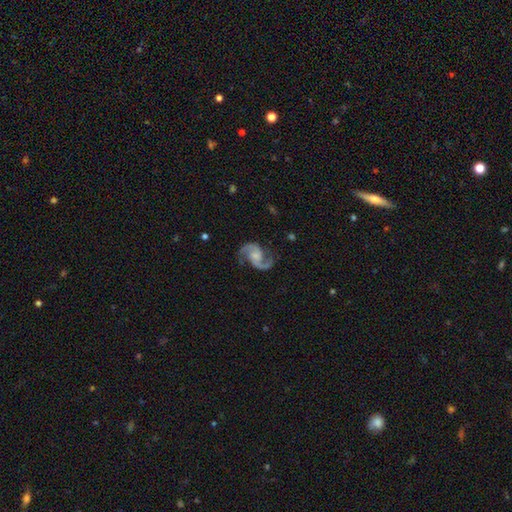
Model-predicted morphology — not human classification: The model was most divided on "bulge size": small: 32%, none: 30%, moderate: 29%, large: 7%, dominant: 2%. More confident: edge-on disk — no (98%); spiral arms — yes (98%); spiral arm count — 2 (94%); smooth or featured — featured or disk (92%); merging — none (78%); bar — no (56%); spiral winding — medium (55%).